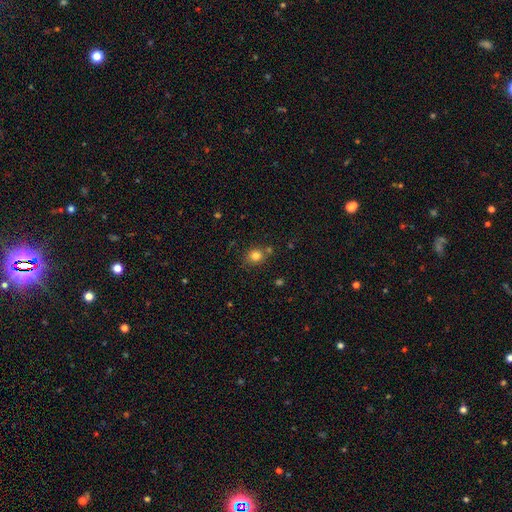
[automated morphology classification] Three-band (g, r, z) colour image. It shows a smooth galaxy with no disk features (81%) that is round (78%). Merging: none (74%).